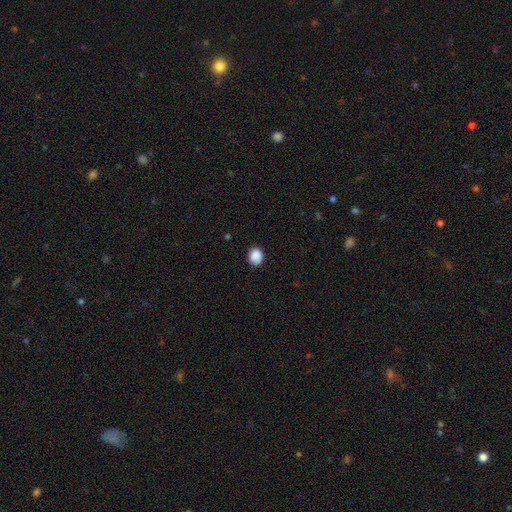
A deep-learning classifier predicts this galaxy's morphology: The model was most divided on "how rounded": round: 64%, in between: 35%, cigar-shaped: 1%. More confident: smooth or featured — smooth (88%); merging — none (81%).